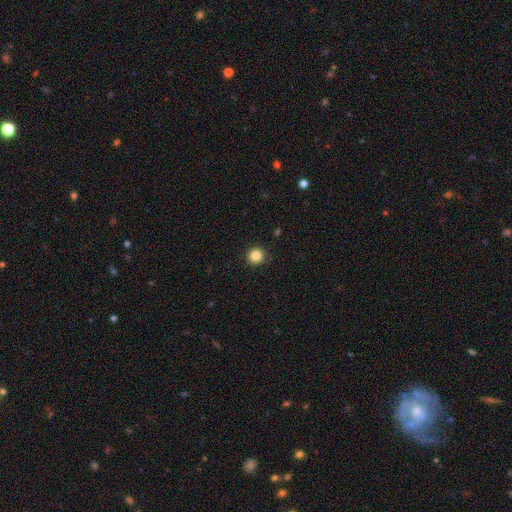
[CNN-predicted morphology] smooth-or-featured: smooth: 84% | star or artifact: 11% | featured or disk: 4%
  how-rounded: round: 95% | in between: 4% | cigar-shaped: 1%
  merging: none: 91% | minor disturbance: 6% | major disturbance: 2% | merger: 1%